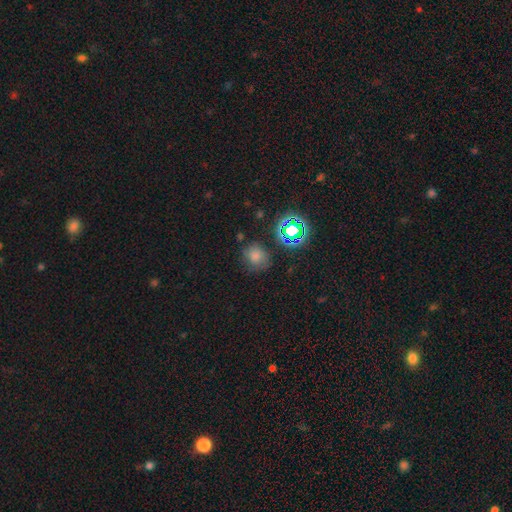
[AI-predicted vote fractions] This appears to be a smooth galaxy with no disk features (65%) that is round (73%). Merging: none (69%).